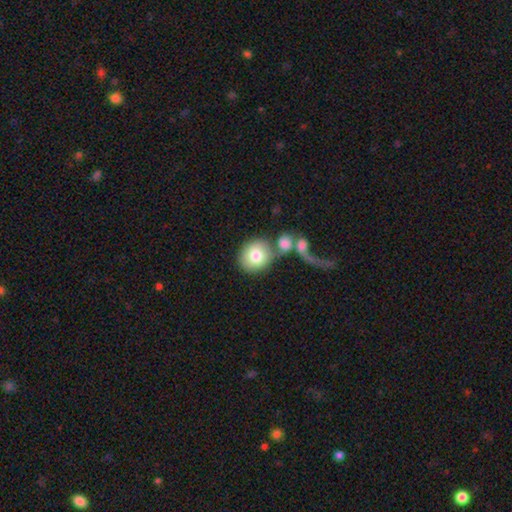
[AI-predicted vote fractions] The model was most divided on "merging": none: 47%, merger: 30%, major disturbance: 12%, minor disturbance: 11%. More confident: how rounded — round (78%); smooth or featured — smooth (78%).